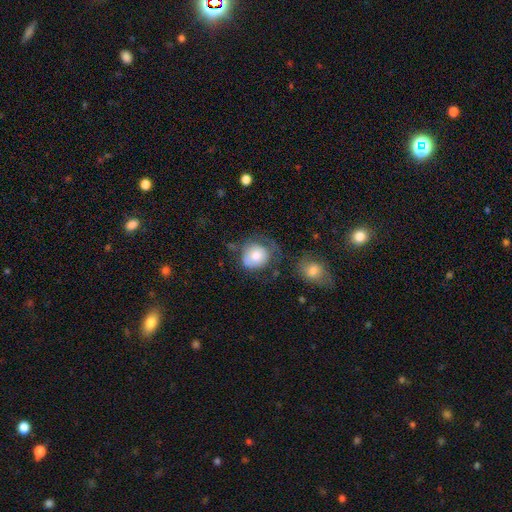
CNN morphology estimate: smooth_or_featured: smooth (p=0.71) [alt: featured or disk p=0.21]
how_rounded: round (p=0.78) [alt: in between p=0.21]
merging: none (p=0.42) [alt: minor disturbance p=0.27]